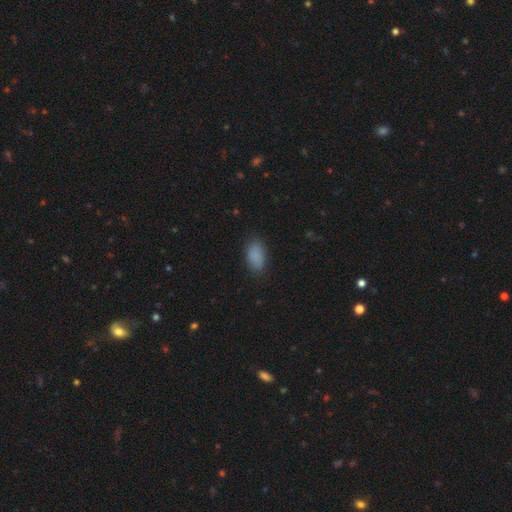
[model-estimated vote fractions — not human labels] This is clearly a smooth galaxy (88%). How rounded: clearly in between (92%). Merging: clearly none (84%).